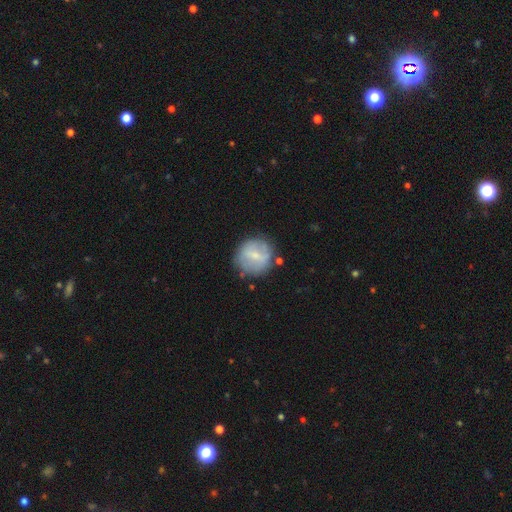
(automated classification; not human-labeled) Smooth or featured: smooth — 54% (featured or disk — 39%)
How rounded: round — 89% (in between — 10%)
Merging: none — 74% (minor disturbance — 16%)